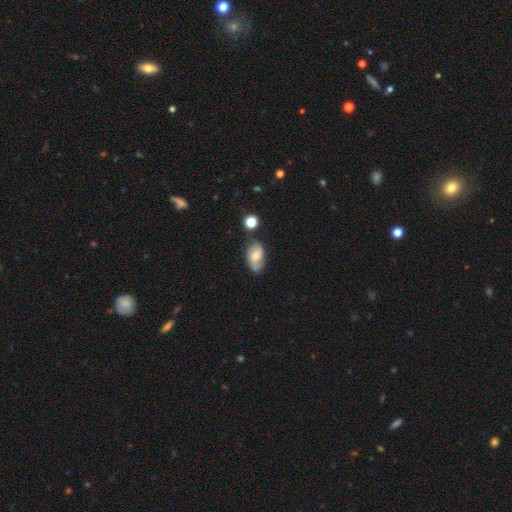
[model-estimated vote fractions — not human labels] smooth_or_featured: smooth (p=0.59) [alt: featured or disk p=0.32]
how_rounded: in between (p=0.89) [alt: round p=0.09]
merging: none (p=0.58) [alt: minor disturbance p=0.27]